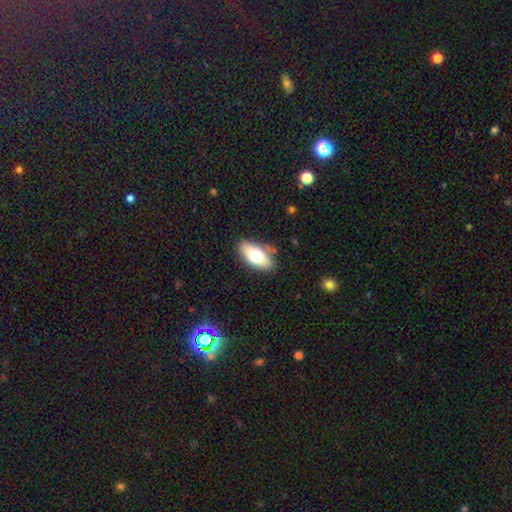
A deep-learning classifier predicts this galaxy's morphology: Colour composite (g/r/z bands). It shows a smooth galaxy with no disk features (73%) that is in between round and cigar-shaped (88%). Merging: none (82%).